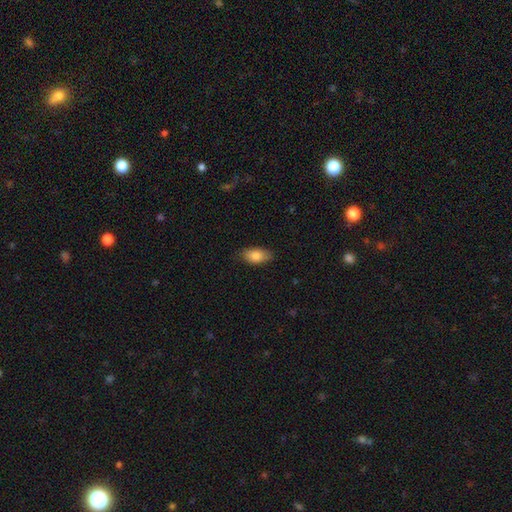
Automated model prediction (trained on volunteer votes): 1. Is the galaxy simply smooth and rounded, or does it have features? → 85% smooth, 9% featured or disk, 7% star or artifact.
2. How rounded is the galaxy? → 91% in between, 5% cigar-shaped, 4% round.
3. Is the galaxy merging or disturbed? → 83% none, 13% minor disturbance, 3% major disturbance, 1% merger.